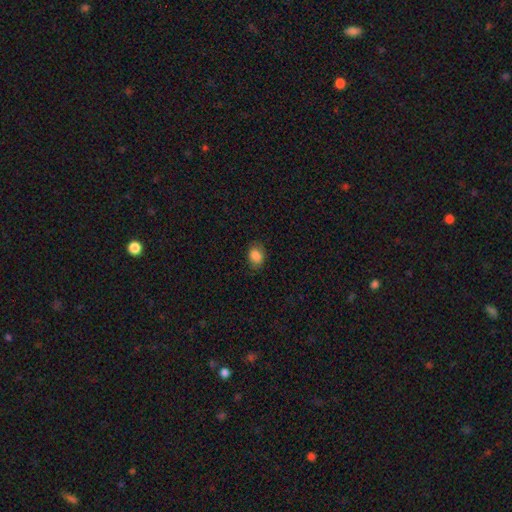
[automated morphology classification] This is clearly a smooth galaxy (86%). How rounded: likely in between (67%). Merging: likely none (80%).